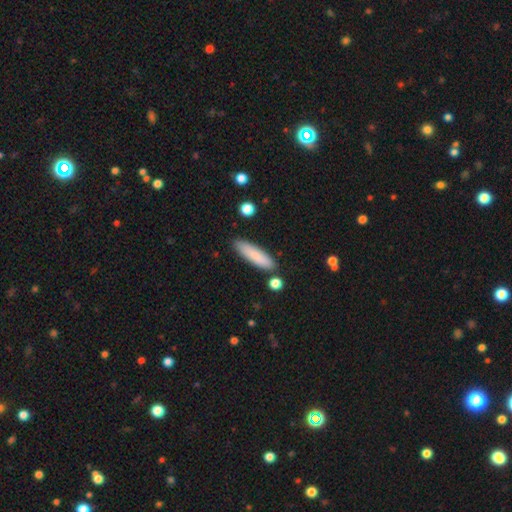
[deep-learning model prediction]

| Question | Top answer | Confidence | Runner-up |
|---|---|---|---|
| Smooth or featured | smooth | 83% | featured or disk (10%) |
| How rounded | cigar-shaped | 72% | in between (26%) |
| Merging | none | 86% | minor disturbance (10%) |